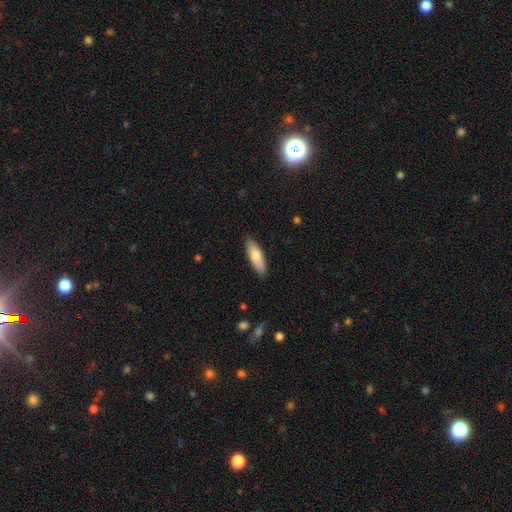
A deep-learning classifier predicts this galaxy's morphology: Smooth or featured: smooth — 73% (featured or disk — 21%)
How rounded: cigar-shaped — 49% (tied with in between — 49%)
Merging: none — 86% (minor disturbance — 11%)